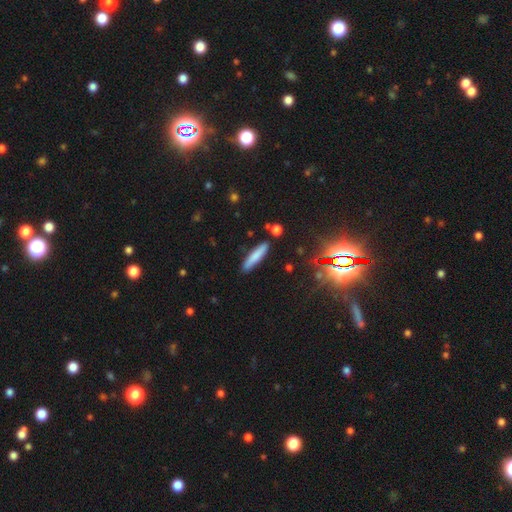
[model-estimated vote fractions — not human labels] The model was most divided on "smooth or featured": smooth: 76%, featured or disk: 15%, star or artifact: 8%. More confident: how rounded — cigar-shaped (87%); merging — none (85%).